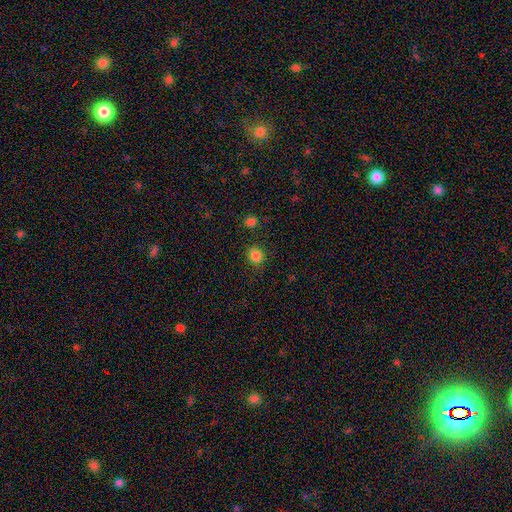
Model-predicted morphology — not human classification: Smooth or featured?
  - smooth: 84% *
  - star or artifact: 12%
  - featured or disk: 4%
How rounded?
  - round: 85% *
  - in between: 14%
  - cigar-shaped: 1%
Merging?
  - none: 82% *
  - minor disturbance: 11%
  - major disturbance: 4%
  - merger: 3%